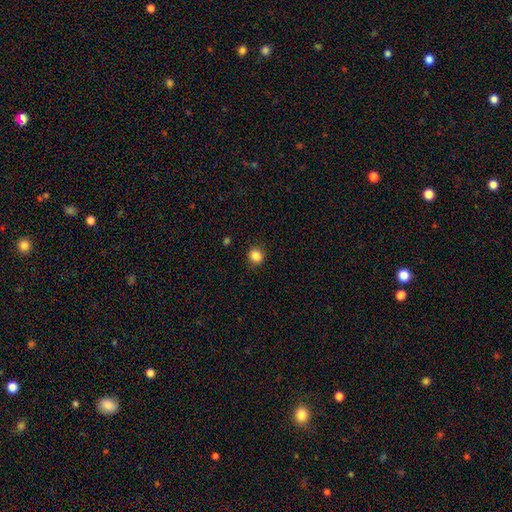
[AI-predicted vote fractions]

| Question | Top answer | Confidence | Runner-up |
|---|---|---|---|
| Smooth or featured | smooth | 86% | star or artifact (11%) |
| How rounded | round | 83% | in between (16%) |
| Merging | none | 87% | minor disturbance (9%) |